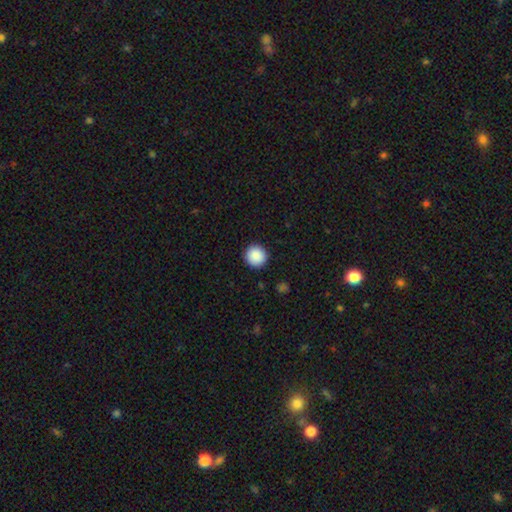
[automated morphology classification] Smooth or featured? Predicted: smooth (p=0.90). How rounded? Predicted: round (p=0.95). Merging? Predicted: none (p=0.92).